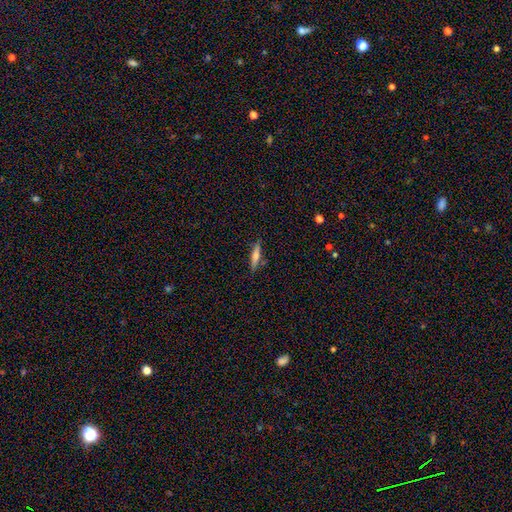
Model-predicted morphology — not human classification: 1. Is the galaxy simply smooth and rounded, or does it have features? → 49% smooth, 44% featured or disk, 7% star or artifact.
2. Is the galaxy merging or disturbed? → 86% none, 9% minor disturbance, 2% merger, 2% major disturbance.